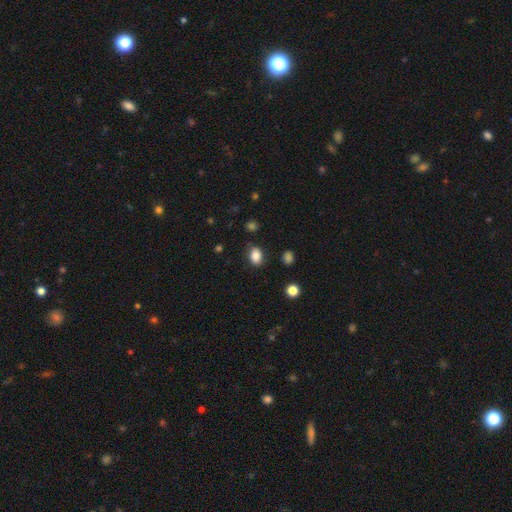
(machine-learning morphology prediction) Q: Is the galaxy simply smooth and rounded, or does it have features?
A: smooth — 84%.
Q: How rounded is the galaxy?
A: in between — 75%.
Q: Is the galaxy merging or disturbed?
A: none — 82%.